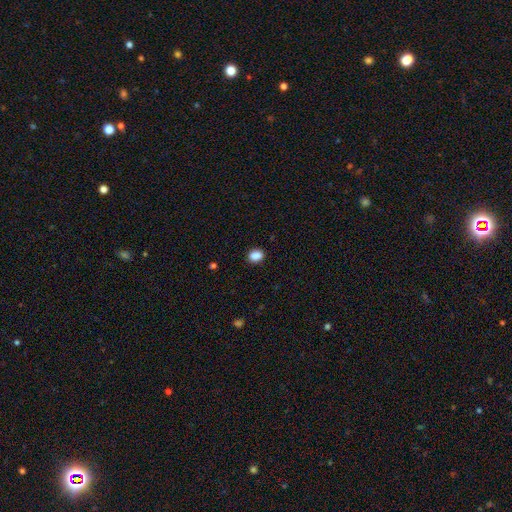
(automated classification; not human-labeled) A smooth galaxy with no disk features (88%) that is in between round and cigar-shaped (55%). Merging: none (87%).